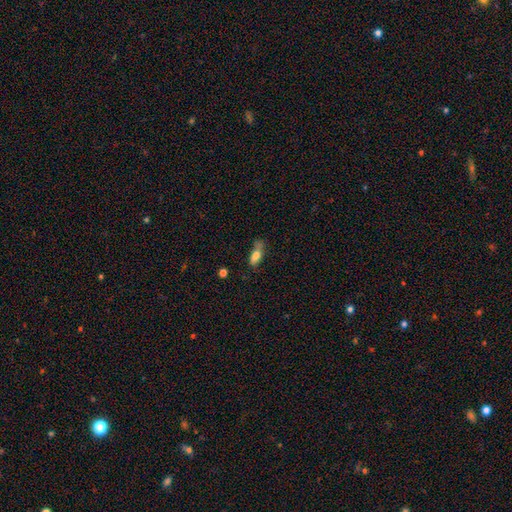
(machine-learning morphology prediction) Q: Smooth or featured?
A: smooth (75%); runner-up: featured or disk (16%)
Q: How rounded?
A: in between (74%); runner-up: cigar-shaped (22%)
Q: Merging?
A: none (40%); runner-up: minor disturbance (34%)